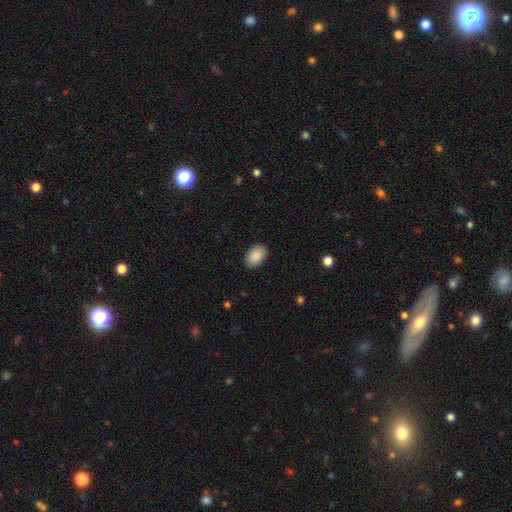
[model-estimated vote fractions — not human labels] Morphology: type=smooth (90%); roundness=in between (89%); merging=none (89%).